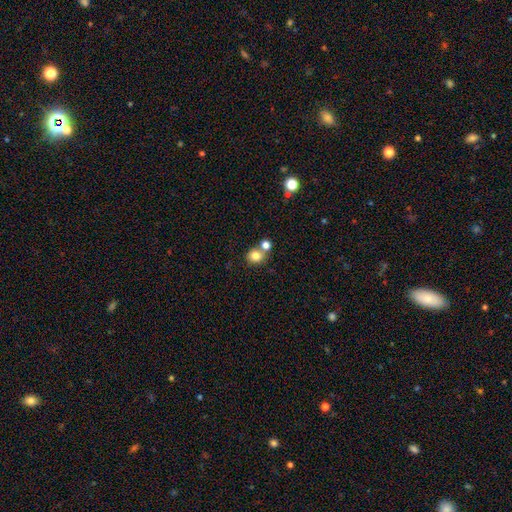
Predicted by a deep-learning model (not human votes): Q: Smooth or featured?
A: smooth (80%); runner-up: star or artifact (11%)
Q: How rounded?
A: round (77%); runner-up: in between (22%)
Q: Merging?
A: none (50%); runner-up: merger (38%)